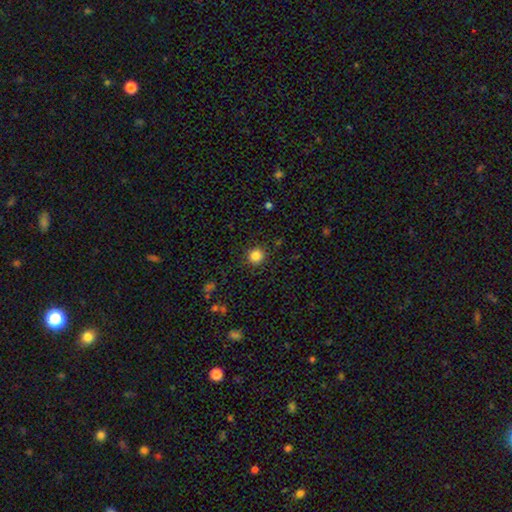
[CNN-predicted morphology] The model was most divided on "smooth or featured": smooth: 84%, star or artifact: 12%, featured or disk: 4%. More confident: how rounded — round (94%); merging — none (90%).